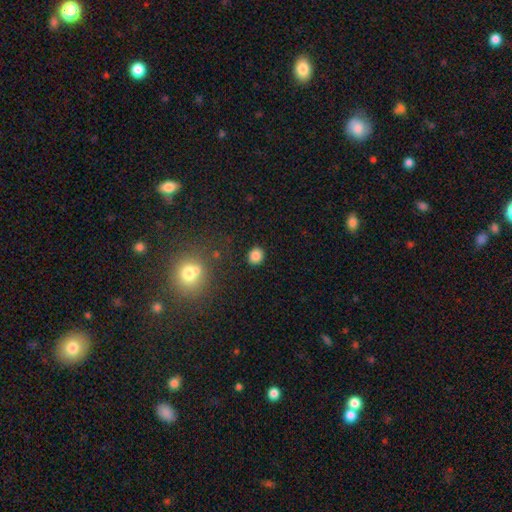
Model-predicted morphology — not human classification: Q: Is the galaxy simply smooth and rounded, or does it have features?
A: smooth — 84%.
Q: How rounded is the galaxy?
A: round — 79%.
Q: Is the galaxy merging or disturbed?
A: none — 87%.